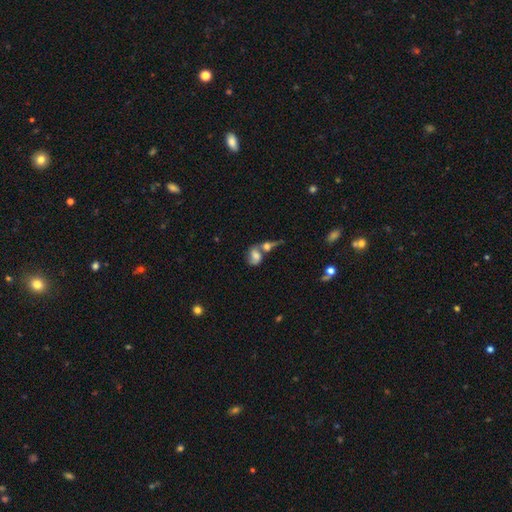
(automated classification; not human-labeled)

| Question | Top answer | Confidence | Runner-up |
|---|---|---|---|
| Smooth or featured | smooth | 47% | featured or disk (42%) |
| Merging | merger | 53% | none (27%) |